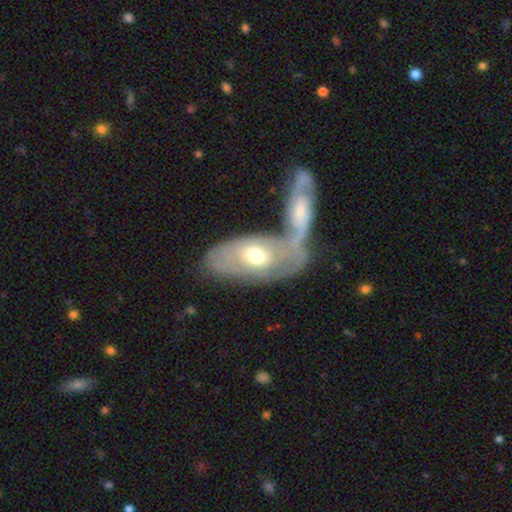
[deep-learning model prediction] A featured or disk galaxy (56%).

Vote fractions:
- Smooth or featured? featured or disk: 56% / smooth: 39% / star or artifact: 5%
- Edge-on disk? no: 86% / yes: 14%
- Merging? merger: 56% / none: 24% / minor disturbance: 11% / major disturbance: 8%